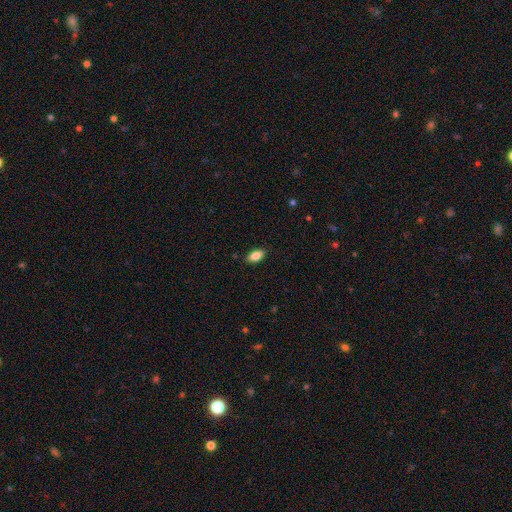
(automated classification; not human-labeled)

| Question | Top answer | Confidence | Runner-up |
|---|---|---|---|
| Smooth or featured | smooth | 86% | star or artifact (8%) |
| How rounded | in between | 90% | cigar-shaped (6%) |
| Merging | none | 87% | minor disturbance (10%) |